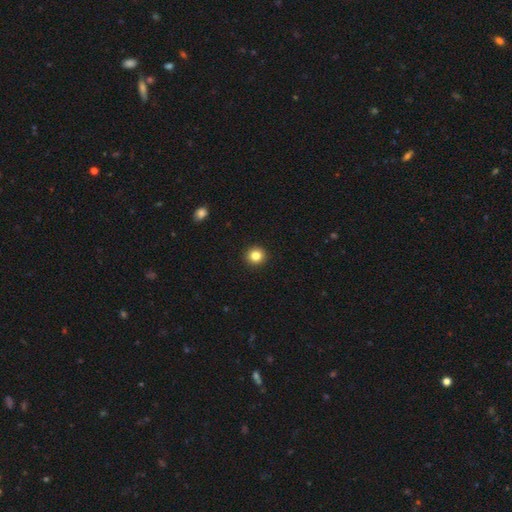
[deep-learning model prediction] Smooth or featured? smooth (83%)
How rounded? round (93%)
Merging? none (94%)